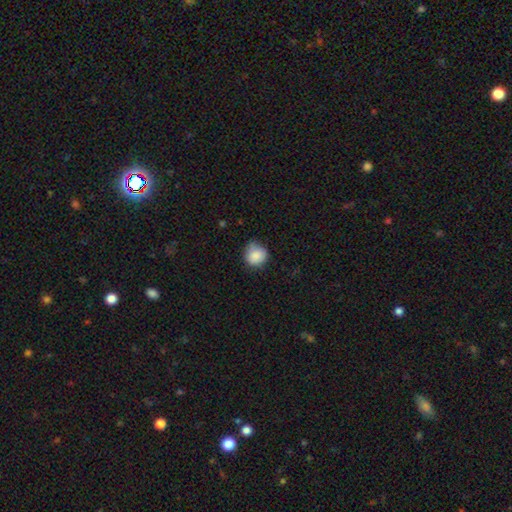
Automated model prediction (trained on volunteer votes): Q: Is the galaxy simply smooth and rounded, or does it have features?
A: smooth — 85%.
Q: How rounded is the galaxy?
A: round — 86%.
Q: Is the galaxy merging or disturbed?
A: none — 61%.